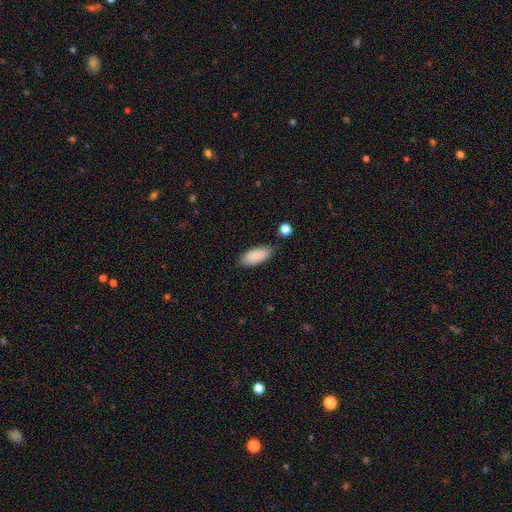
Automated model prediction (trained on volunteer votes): smooth 88%, star or artifact 6%, featured or disk 5%. Down the decision tree: how rounded — in between (85%); merging — none (80%).